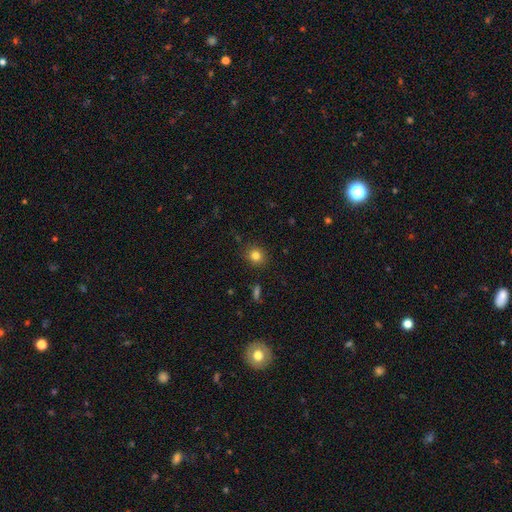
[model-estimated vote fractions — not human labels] Smooth or featured? smooth (81%)
How rounded? round (81%)
Merging? none (88%)